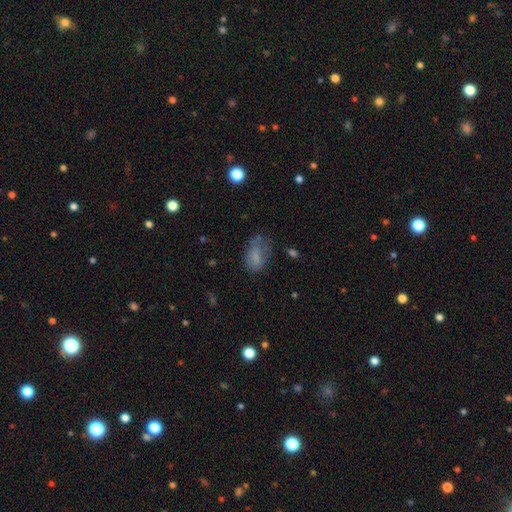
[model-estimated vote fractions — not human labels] The model was most divided on "merging": none: 49%, minor disturbance: 30%, major disturbance: 18%, merger: 3%. More confident: how rounded — in between (88%); smooth or featured — smooth (71%).